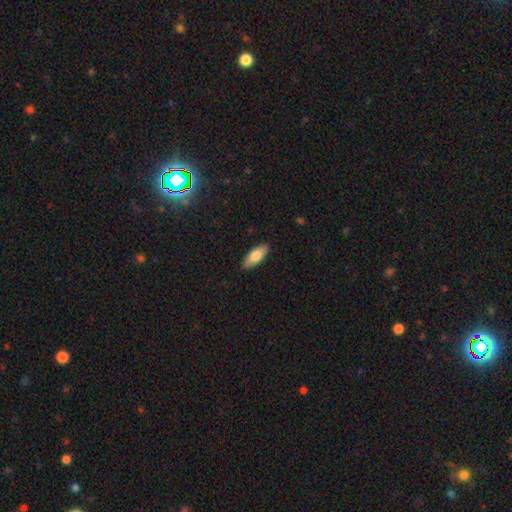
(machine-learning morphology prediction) A smooth galaxy with no disk features (78%) that is in between round and cigar-shaped (78%). Merging: none (89%).